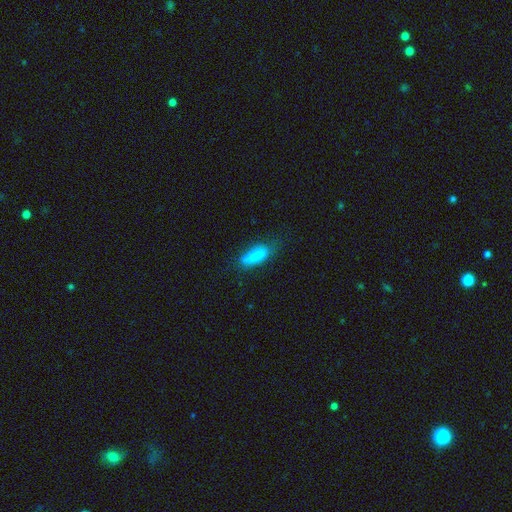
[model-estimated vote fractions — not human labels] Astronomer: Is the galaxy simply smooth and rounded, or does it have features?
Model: smooth — 78%.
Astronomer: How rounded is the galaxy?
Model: in between — 58% (runner-up: cigar-shaped, 40%).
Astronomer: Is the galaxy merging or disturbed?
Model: none — 57%.